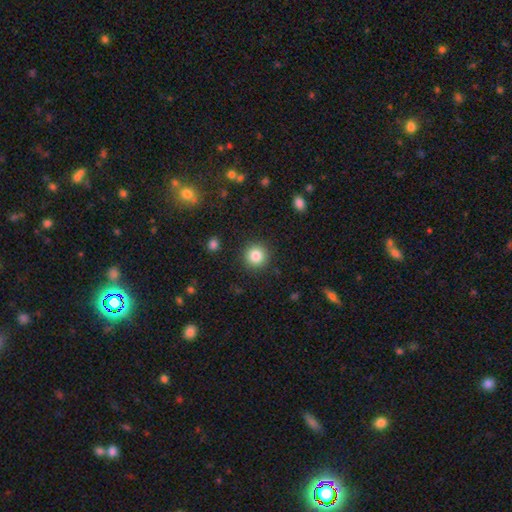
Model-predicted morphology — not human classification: Smooth or featured? Predicted: smooth (p=0.84). How rounded? Predicted: round (p=0.94). Merging? Predicted: none (p=0.91).